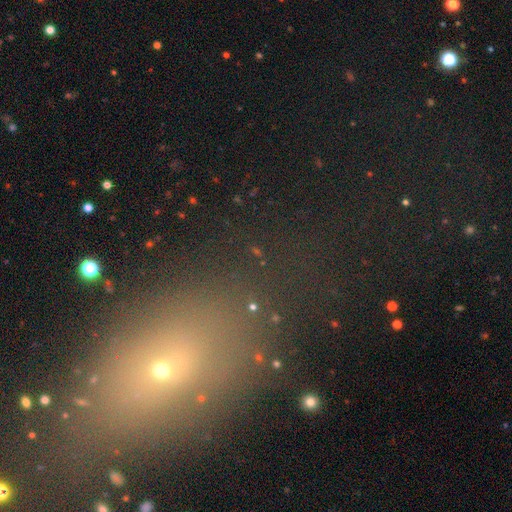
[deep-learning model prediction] A smooth galaxy with no disk features (44%).

Vote fractions:
- Smooth or featured? smooth: 44% / star or artifact: 41% / featured or disk: 15%
- Merging? none: 74% / minor disturbance: 12% / major disturbance: 8% / merger: 6%